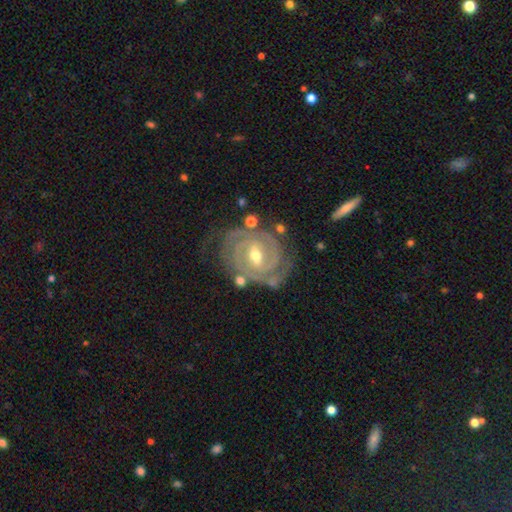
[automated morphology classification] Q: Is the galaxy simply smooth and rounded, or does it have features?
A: featured or disk — 92%.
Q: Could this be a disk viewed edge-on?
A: no — 97%.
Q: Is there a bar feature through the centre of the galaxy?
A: weak — 51%.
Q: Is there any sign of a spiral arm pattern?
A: yes — 98%.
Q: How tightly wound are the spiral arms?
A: tight — 79%.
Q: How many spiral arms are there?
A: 2 — 47%.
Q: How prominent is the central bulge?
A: moderate — 58%.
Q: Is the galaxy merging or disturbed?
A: none — 72%.